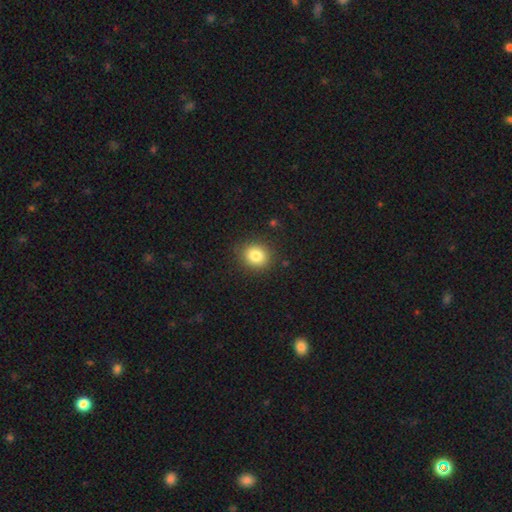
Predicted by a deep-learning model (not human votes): The model was most divided on "how rounded": round: 74%, in between: 25%, cigar-shaped: 1%. More confident: merging — none (88%); smooth or featured — smooth (84%).